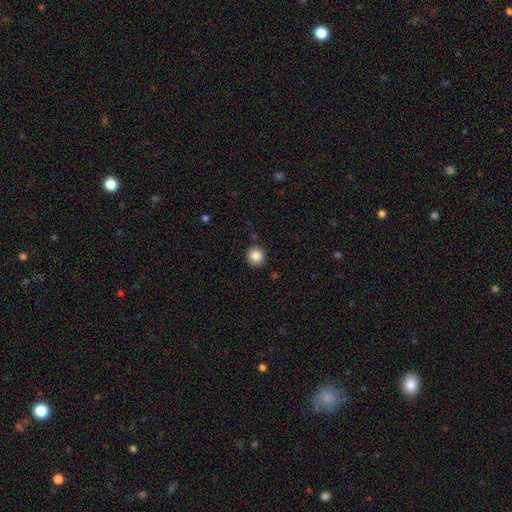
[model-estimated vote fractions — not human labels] Smooth or featured?
  - smooth: 86% *
  - star or artifact: 10%
  - featured or disk: 4%
How rounded?
  - round: 93% *
  - in between: 6%
  - cigar-shaped: 1%
Merging?
  - none: 90% *
  - minor disturbance: 7%
  - merger: 2%
  - major disturbance: 2%